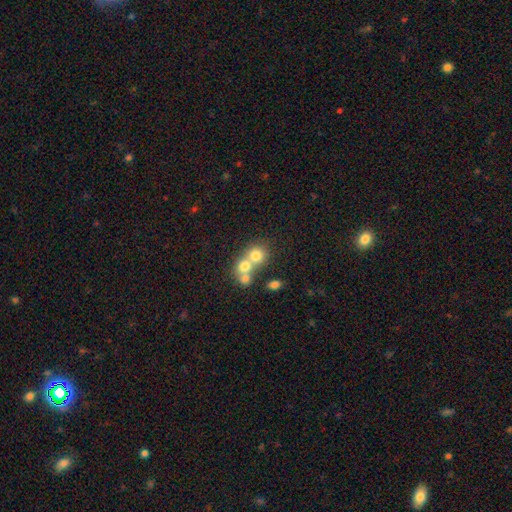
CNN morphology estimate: A smooth galaxy with no disk features (71%) that is round (79%).

Vote fractions:
- Smooth or featured? smooth: 71% / featured or disk: 17% / star or artifact: 12%
- How rounded? round: 79% / in between: 20% / cigar-shaped: 1%
- Merging? merger: 59% / none: 32% / minor disturbance: 6% / major disturbance: 3%